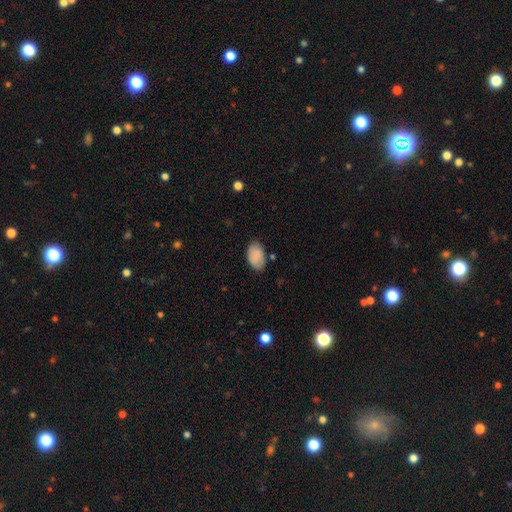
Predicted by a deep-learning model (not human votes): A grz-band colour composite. It shows a smooth galaxy with no disk features (88%) that is in between round and cigar-shaped (93%). Merging: none (80%).